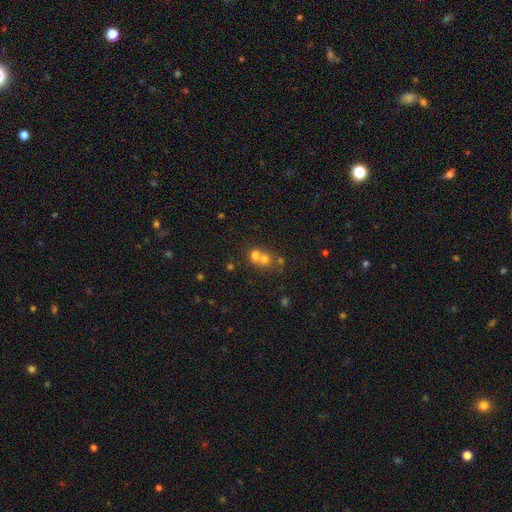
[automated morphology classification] Q: Smooth or featured?
A: smooth (66%); runner-up: featured or disk (19%)
Q: How rounded?
A: round (76%); runner-up: in between (23%)
Q: Merging?
A: merger (65%); runner-up: none (27%)